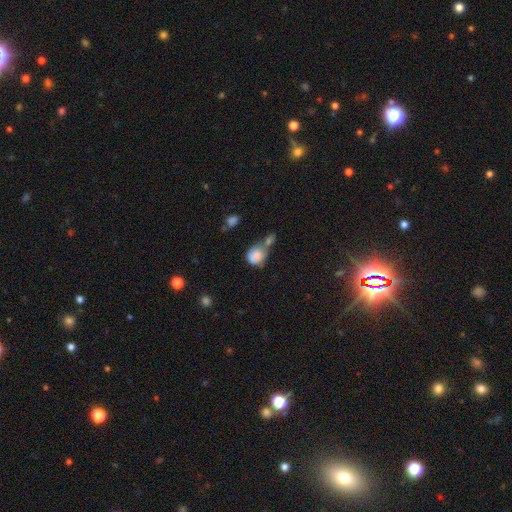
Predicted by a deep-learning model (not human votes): Smooth or featured? smooth (79%)
How rounded? round (77%)
Merging? merger (47%)